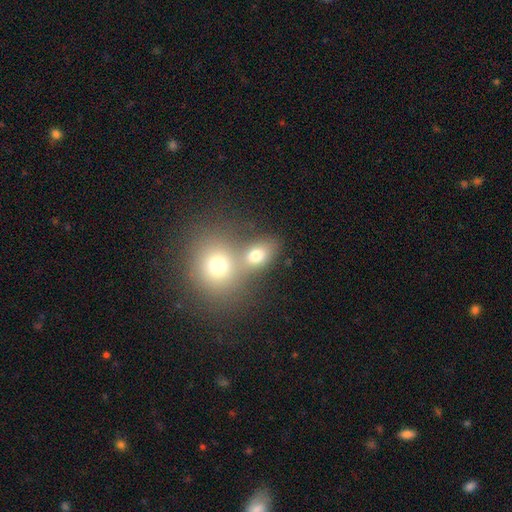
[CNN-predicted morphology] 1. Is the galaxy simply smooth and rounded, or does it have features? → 73% smooth, 13% star or artifact, 13% featured or disk.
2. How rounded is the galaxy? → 52% round, 46% in between, 2% cigar-shaped.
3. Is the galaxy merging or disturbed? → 50% merger, 38% none, 8% minor disturbance, 4% major disturbance.